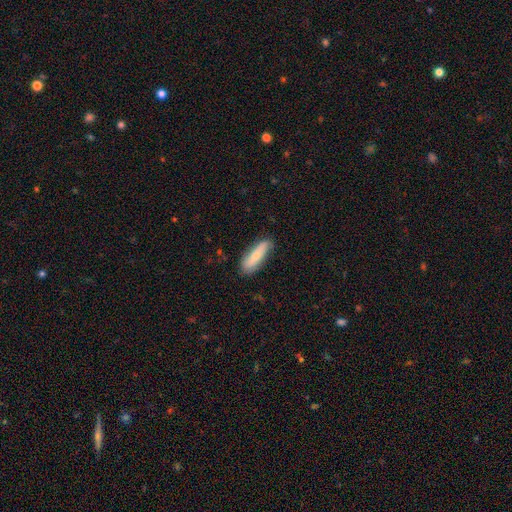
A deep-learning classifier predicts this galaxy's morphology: The model was most divided on "how rounded": cigar-shaped: 57%, in between: 41%, round: 2%. More confident: merging — none (79%); smooth or featured — smooth (70%).